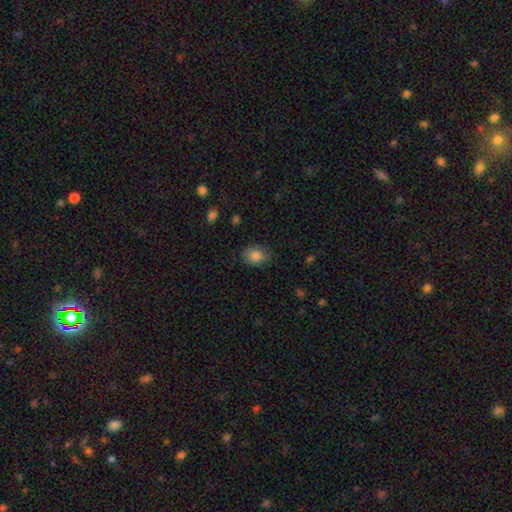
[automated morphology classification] Smooth or featured? Predicted: smooth (p=0.83). How rounded? Predicted: in between (p=0.66). Merging? Predicted: none (p=0.75).